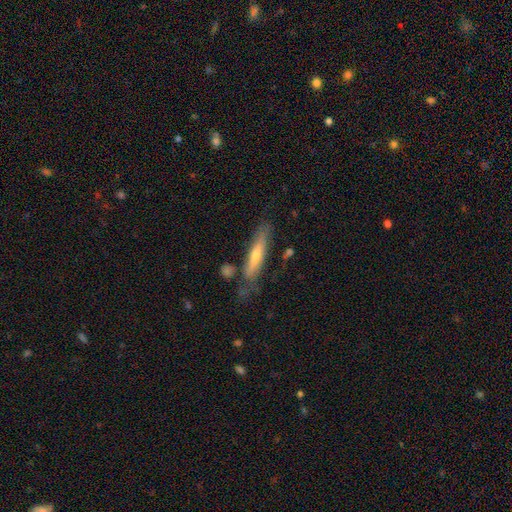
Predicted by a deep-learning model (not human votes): The model was most divided on "smooth or featured": smooth: 49%, featured or disk: 45%, star or artifact: 6%. More confident: merging — none (69%).